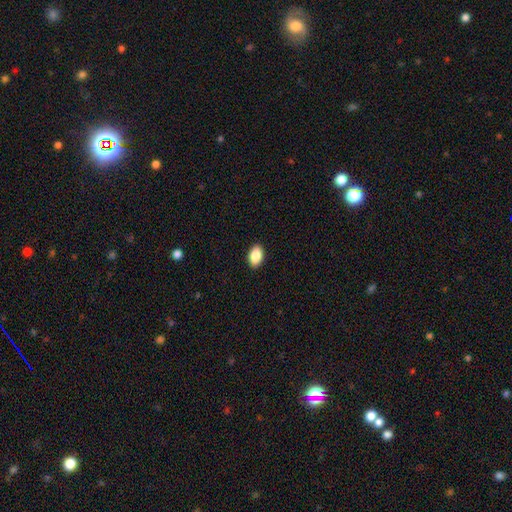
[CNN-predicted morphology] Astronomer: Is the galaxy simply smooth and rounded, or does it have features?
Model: smooth — 87%.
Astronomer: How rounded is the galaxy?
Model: in between — 89%.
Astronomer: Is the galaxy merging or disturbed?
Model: none — 90%.